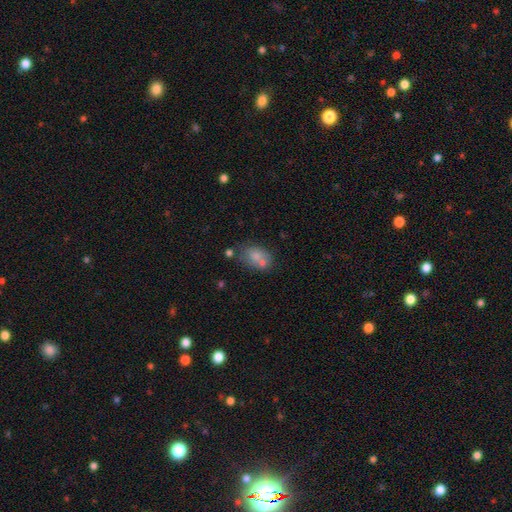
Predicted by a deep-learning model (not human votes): smooth-or-featured: smooth: 68% | featured or disk: 18% | star or artifact: 14%
  how-rounded: in between: 75% | round: 23% | cigar-shaped: 2%
  merging: none: 49% | merger: 29% | minor disturbance: 15% | major disturbance: 6%